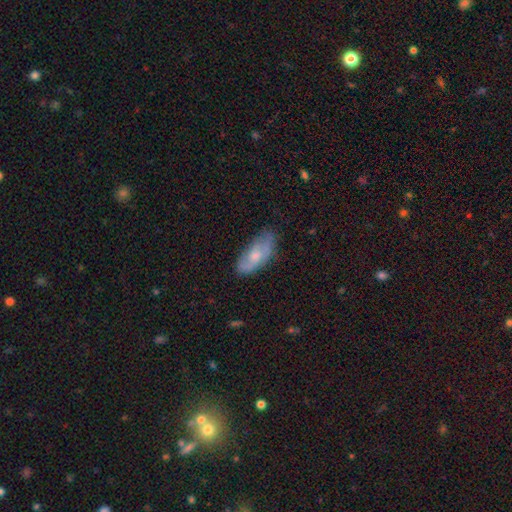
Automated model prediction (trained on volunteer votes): smooth_or_featured: smooth (p=0.53) [alt: featured or disk p=0.40]
how_rounded: in between (p=0.83) [alt: cigar-shaped p=0.14]
merging: none (p=0.63) [alt: minor disturbance p=0.28]